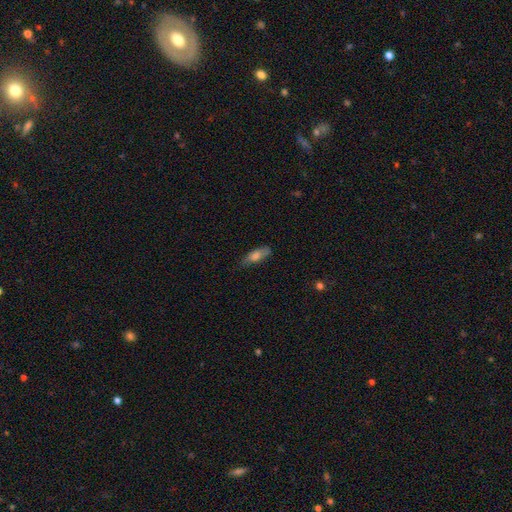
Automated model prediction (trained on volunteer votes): A smooth galaxy with no disk features (68%) that is in between round and cigar-shaped (51%).

Vote fractions:
- Smooth or featured? smooth: 68% / featured or disk: 25% / star or artifact: 7%
- How rounded? in between: 51% / cigar-shaped: 46% / round: 2%
- Merging? none: 75% / minor disturbance: 19% / major disturbance: 4% / merger: 1%